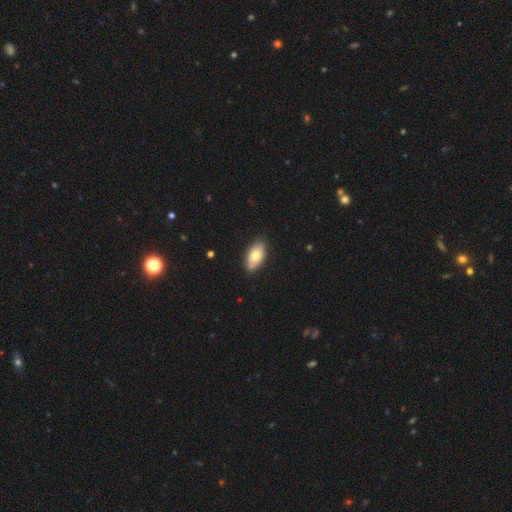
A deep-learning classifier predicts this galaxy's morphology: Smooth or featured?
  - smooth: 72% *
  - featured or disk: 22%
  - star or artifact: 6%
How rounded?
  - in between: 92% *
  - cigar-shaped: 4%
  - round: 4%
Merging?
  - none: 85% *
  - minor disturbance: 12%
  - major disturbance: 2%
  - merger: 1%